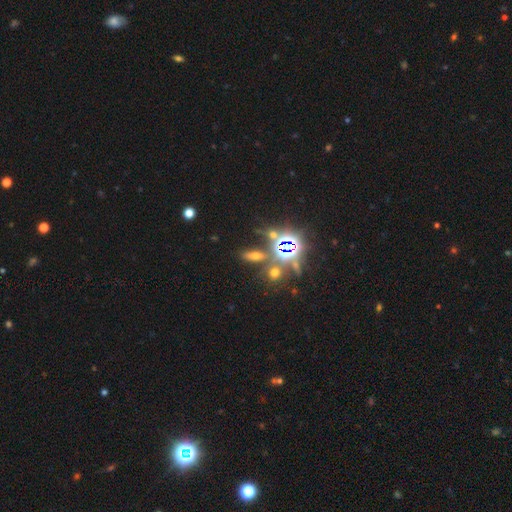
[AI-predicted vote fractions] Overall: star or artifact (43%; smooth 40%).